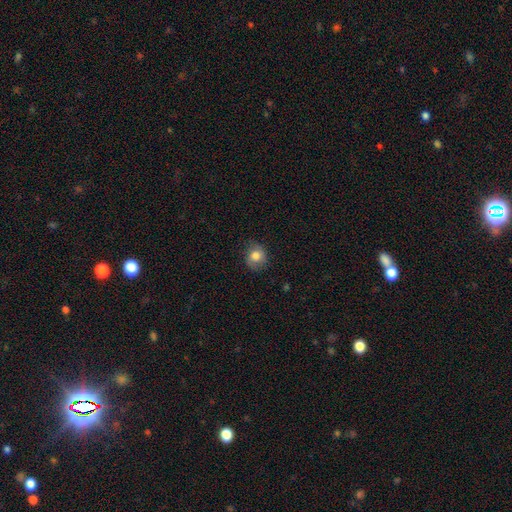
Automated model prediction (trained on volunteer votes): Smooth or featured? Predicted: smooth (p=0.77). How rounded? Predicted: round (p=0.74). Merging? Predicted: none (p=0.75).